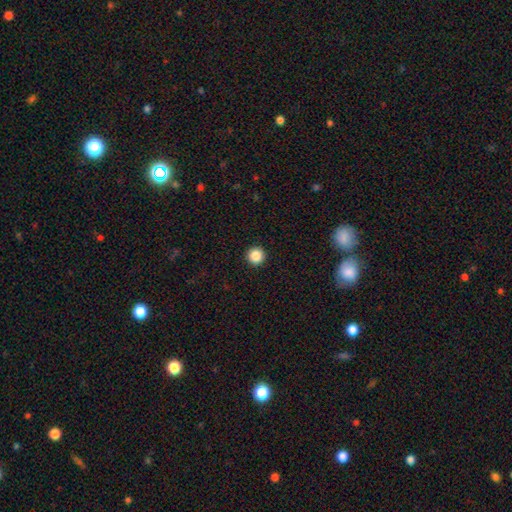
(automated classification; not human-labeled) A smooth galaxy with no disk features (87%) that is round (96%). Merging: none (94%).